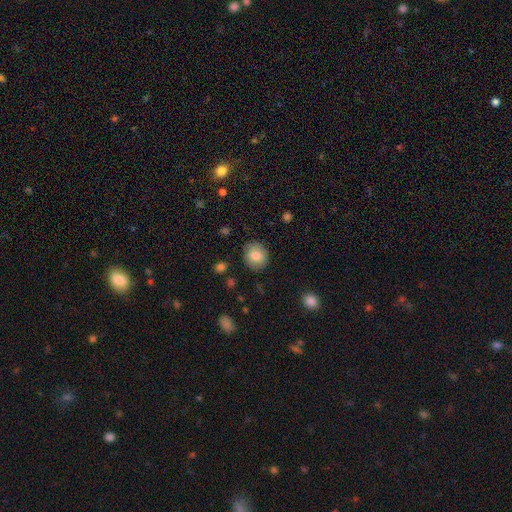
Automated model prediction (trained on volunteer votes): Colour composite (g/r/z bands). It shows a smooth galaxy with no disk features (80%) that is round (82%). Merging: none (86%).